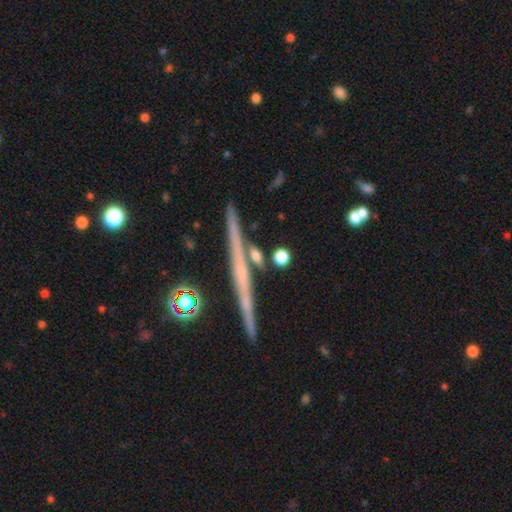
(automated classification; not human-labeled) smooth 61%, featured or disk 25%, star or artifact 14%. Down the decision tree: how rounded — round (47%); merging — none (84%).